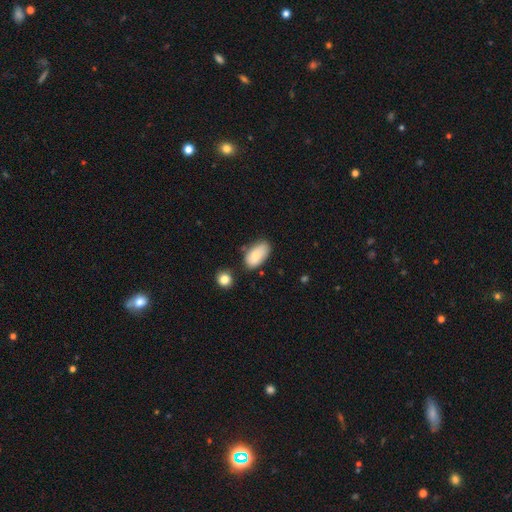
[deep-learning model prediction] A smooth galaxy with no disk features (80%) that is in between round and cigar-shaped (94%).

Vote fractions:
- Smooth or featured? smooth: 80% / featured or disk: 14% / star or artifact: 7%
- How rounded? in between: 94% / round: 3% / cigar-shaped: 3%
- Merging? none: 64% / minor disturbance: 24% / merger: 6% / major disturbance: 5%